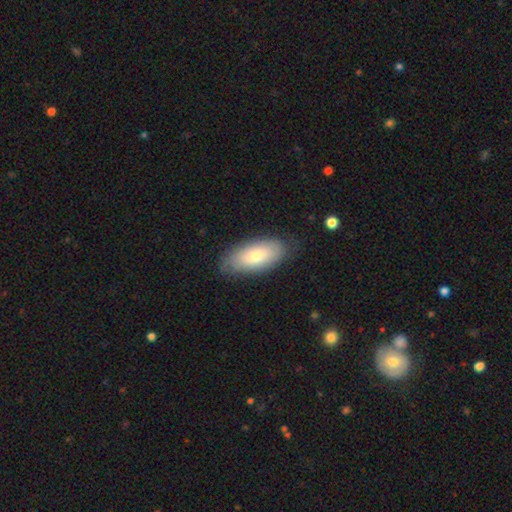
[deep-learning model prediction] The model was most divided on "smooth or featured": smooth: 70%, featured or disk: 24%, star or artifact: 6%. More confident: how rounded — in between (89%); merging — none (79%).